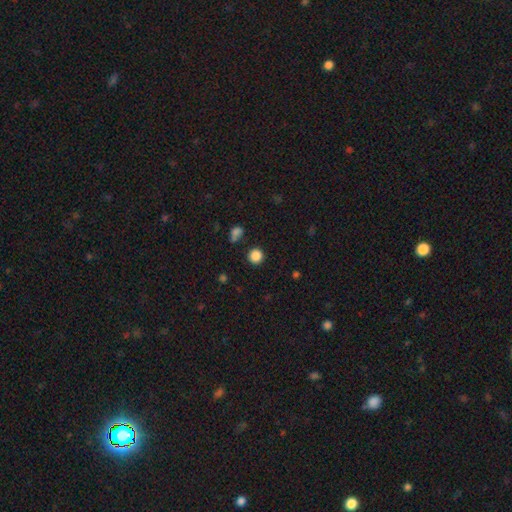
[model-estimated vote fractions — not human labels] Smooth or featured?
  - smooth: 86% *
  - star or artifact: 11%
  - featured or disk: 3%
How rounded?
  - round: 93% *
  - in between: 6%
  - cigar-shaped: 1%
Merging?
  - none: 88% *
  - minor disturbance: 6%
  - merger: 3%
  - major disturbance: 2%